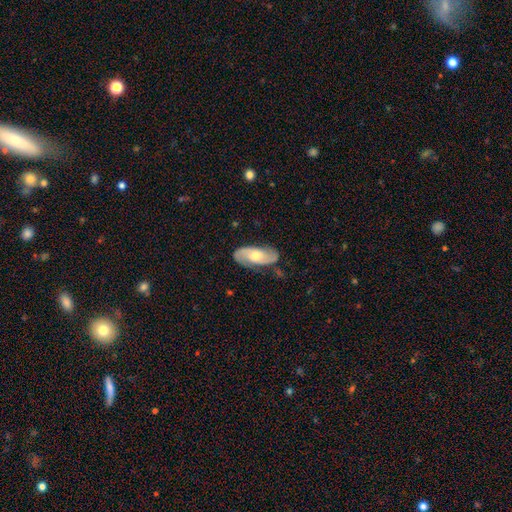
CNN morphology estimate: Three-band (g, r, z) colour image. It shows a featured or disk galaxy (70%) with no bar (55%), 2 (87%) medium (45%) spiral arms (90%) and a moderate central bulge (63%). Merging: none (81%).